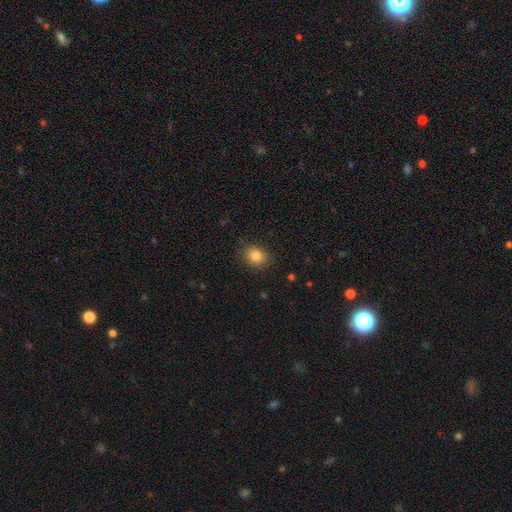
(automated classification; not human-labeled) smooth_or_featured: smooth (p=0.84) [alt: star or artifact p=0.10]
how_rounded: round (p=0.60) [alt: in between p=0.39]
merging: none (p=0.85) [alt: minor disturbance p=0.11]